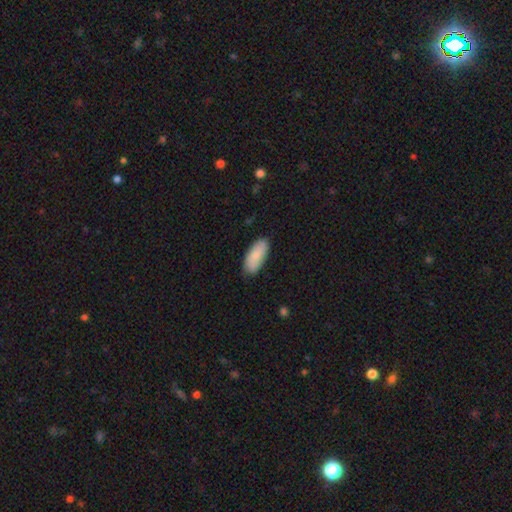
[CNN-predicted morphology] This appears to be a smooth galaxy with no disk features (84%) that is in between round and cigar-shaped (88%). Merging: none (80%).